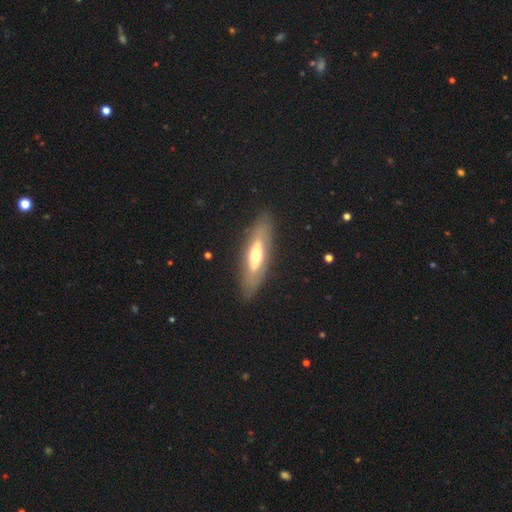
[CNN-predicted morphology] This is possibly a featured or disk galaxy (56%). It is possibly not viewed edge-on (54%). Merging: clearly none (84%).